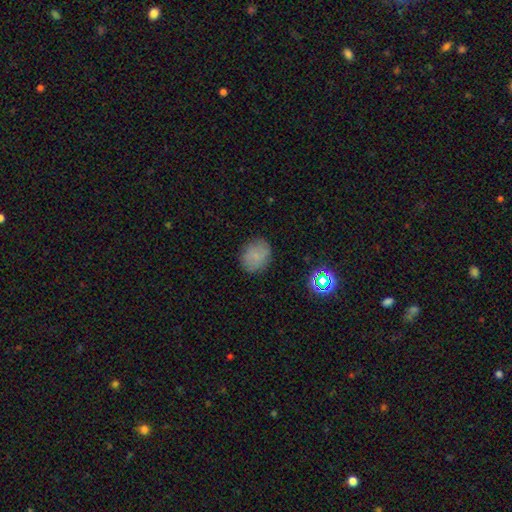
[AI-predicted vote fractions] smooth 76%, star or artifact 13%, featured or disk 10%. Down the decision tree: how rounded — round (57%); merging — none (82%).